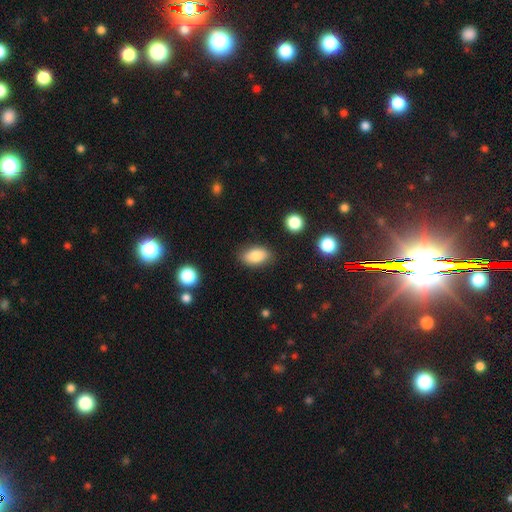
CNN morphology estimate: Q: Smooth or featured?
A: smooth (83%); runner-up: featured or disk (9%)
Q: How rounded?
A: in between (91%); runner-up: round (7%)
Q: Merging?
A: none (84%); runner-up: minor disturbance (11%)